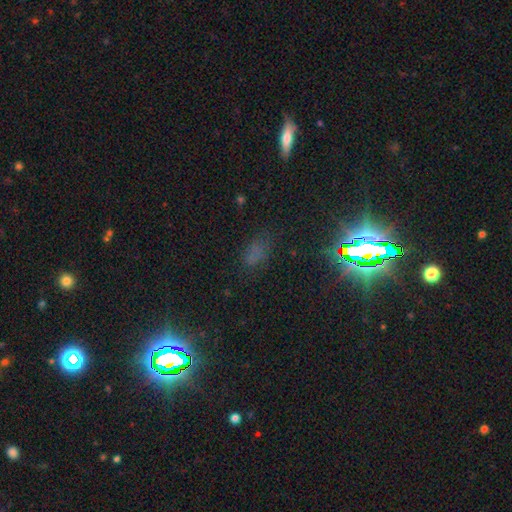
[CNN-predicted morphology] smooth-or-featured: star or artifact: 59% | smooth: 30% | featured or disk: 11%